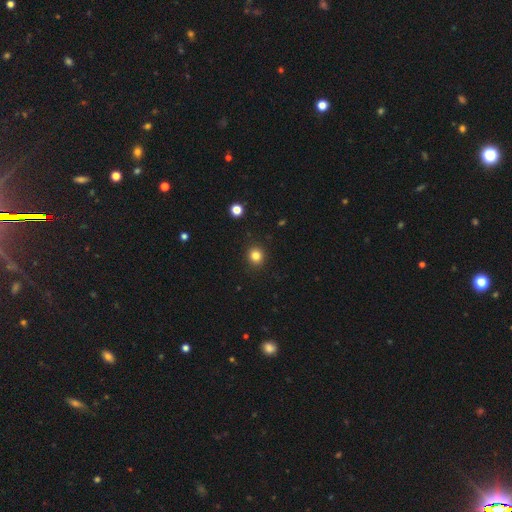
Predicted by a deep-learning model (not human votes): Smooth or featured: smooth — 83% (star or artifact — 13%)
How rounded: round — 87% (in between — 12%)
Merging: none — 91% (minor disturbance — 6%)